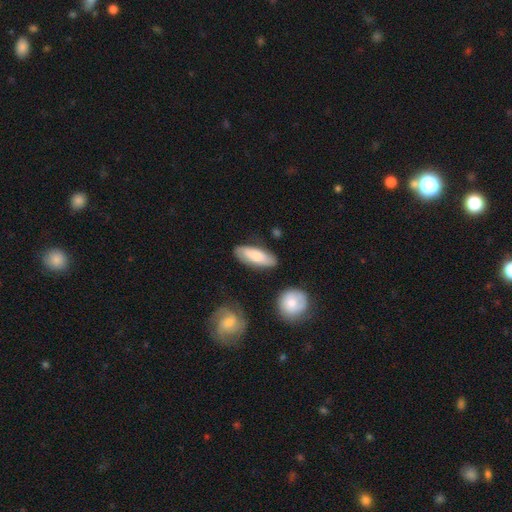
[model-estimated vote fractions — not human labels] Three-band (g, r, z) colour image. It shows a smooth galaxy with no disk features (73%) that is in between round and cigar-shaped (70%). Merging: none (79%).